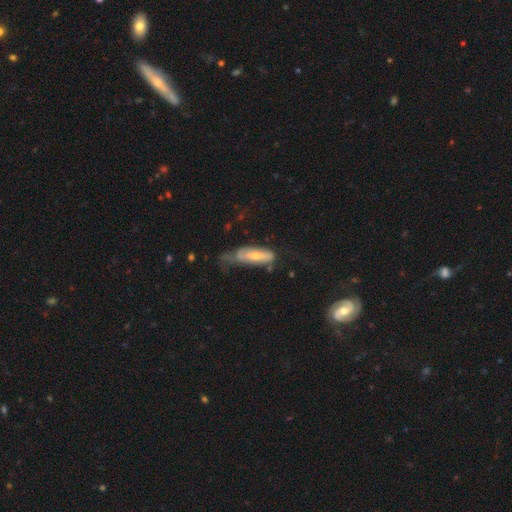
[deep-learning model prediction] Smooth or featured?
  - smooth: 51% *
  - featured or disk: 42%
  - star or artifact: 7%
How rounded?
  - in between: 56% *
  - cigar-shaped: 42%
  - round: 2%
Merging?
  - minor disturbance: 34% *
  - major disturbance: 33%
  - none: 28%
  - merger: 6%